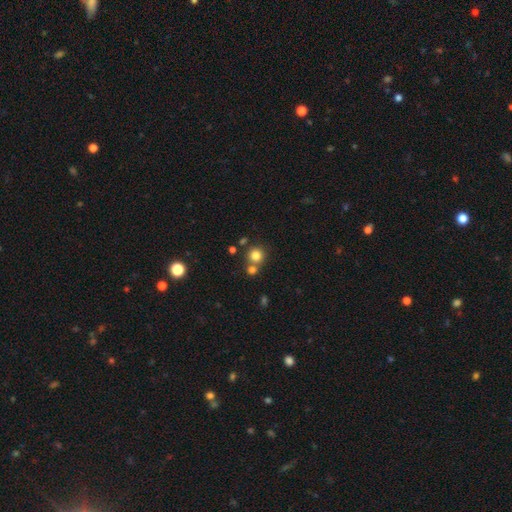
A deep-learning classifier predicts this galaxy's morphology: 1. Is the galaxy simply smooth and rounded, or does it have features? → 80% smooth, 13% star or artifact, 7% featured or disk.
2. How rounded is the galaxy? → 92% round, 7% in between, 1% cigar-shaped.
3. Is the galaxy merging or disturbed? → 65% none, 25% merger, 7% minor disturbance, 3% major disturbance.